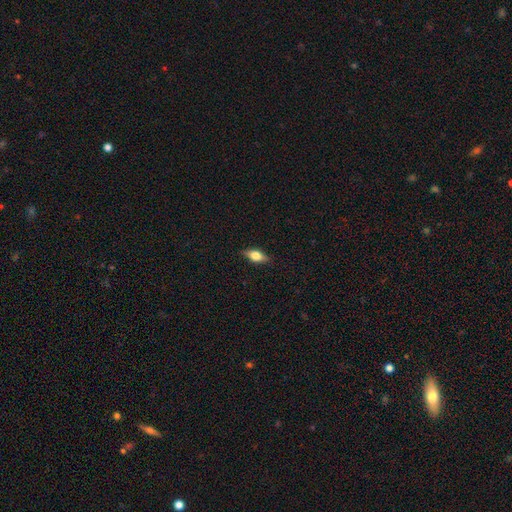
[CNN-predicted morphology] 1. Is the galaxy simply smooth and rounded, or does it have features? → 56% smooth, 37% featured or disk, 8% star or artifact.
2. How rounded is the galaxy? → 74% in between, 20% cigar-shaped, 6% round.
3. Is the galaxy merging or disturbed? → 85% none, 12% minor disturbance, 2% major disturbance, 1% merger.